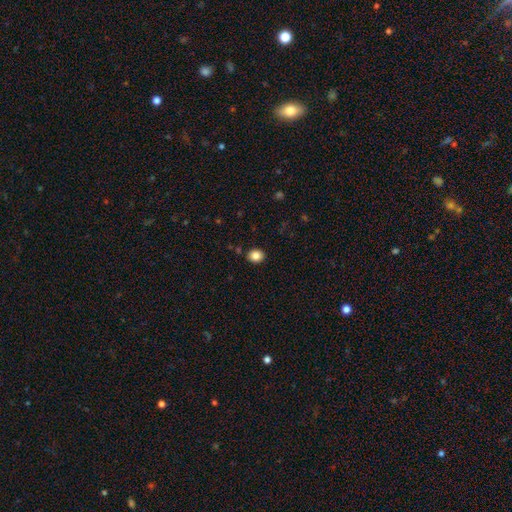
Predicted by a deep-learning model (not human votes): Smooth or featured?
  - smooth: 85% *
  - star or artifact: 10%
  - featured or disk: 5%
How rounded?
  - round: 64% *
  - in between: 36%
  - cigar-shaped: 1%
Merging?
  - none: 90% *
  - minor disturbance: 7%
  - major disturbance: 2%
  - merger: 2%